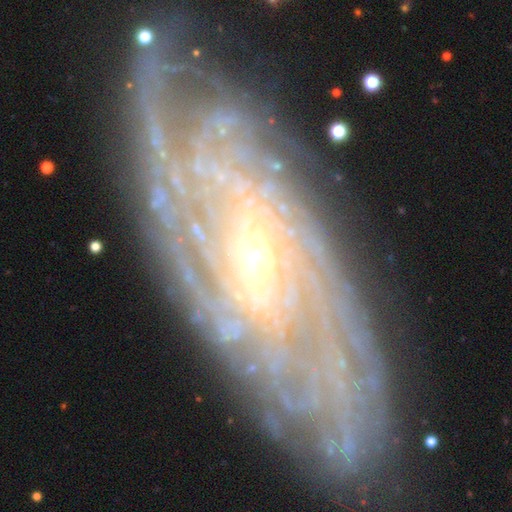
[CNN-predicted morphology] This appears to be a featured or disk galaxy (85%) with no bar (61%), tight (74%) spiral arms (94%) and a small central bulge (74%). Merging: none (74%).